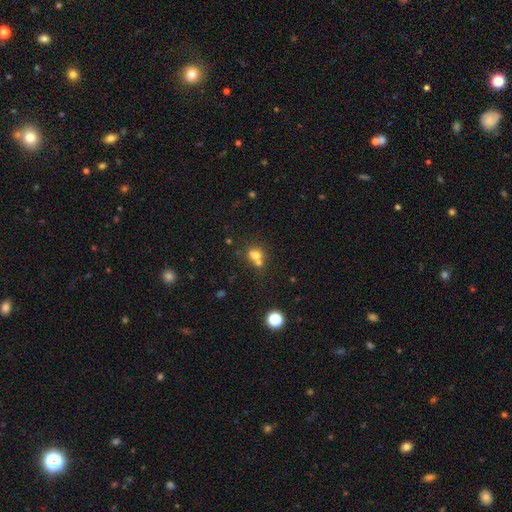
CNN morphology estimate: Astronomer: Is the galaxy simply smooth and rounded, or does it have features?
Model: smooth — 67%.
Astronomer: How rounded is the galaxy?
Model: round — 73%.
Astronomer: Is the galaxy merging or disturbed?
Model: merger — 54% (runner-up: none, 35%).